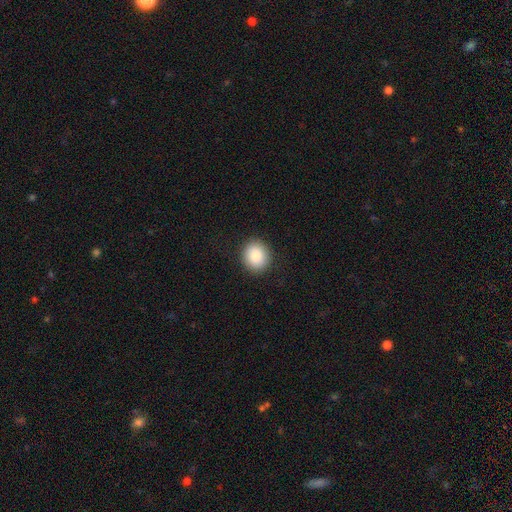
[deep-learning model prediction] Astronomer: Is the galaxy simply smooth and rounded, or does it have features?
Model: smooth — 86%.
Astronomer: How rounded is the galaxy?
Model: round — 82%.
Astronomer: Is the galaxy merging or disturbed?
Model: none — 90%.